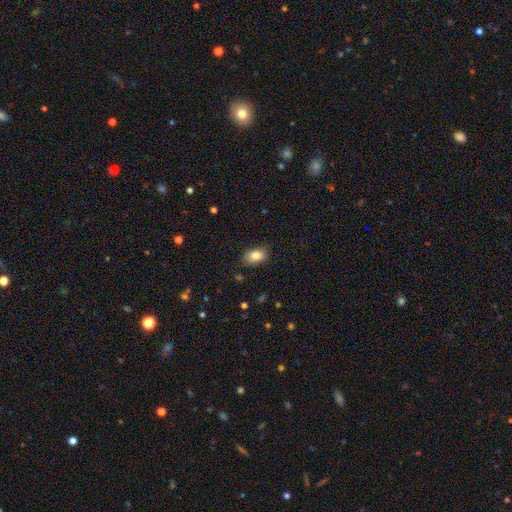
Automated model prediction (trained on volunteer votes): A smooth galaxy with no disk features (83%) that is in between round and cigar-shaped (83%).

Vote fractions:
- Smooth or featured? smooth: 83% / star or artifact: 8% / featured or disk: 8%
- How rounded? in between: 83% / round: 16% / cigar-shaped: 1%
- Merging? none: 78% / minor disturbance: 17% / major disturbance: 3% / merger: 1%